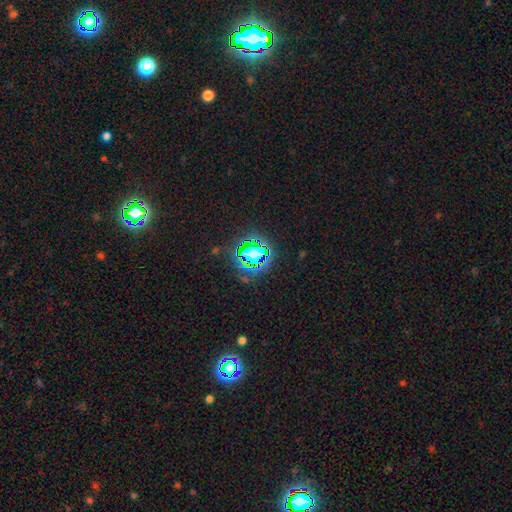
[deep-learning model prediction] Q: Smooth or featured?
A: star or artifact (69%); runner-up: smooth (20%)